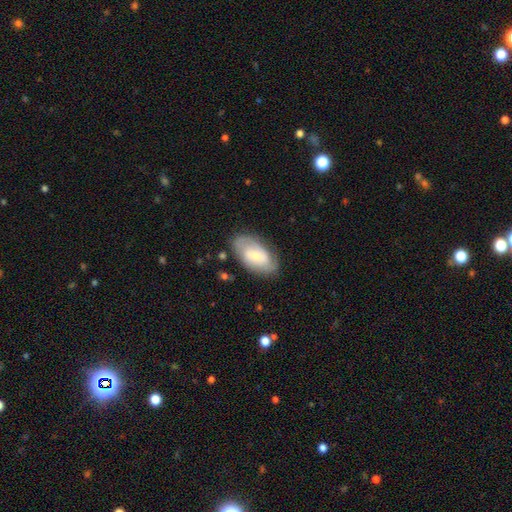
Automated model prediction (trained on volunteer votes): Smooth or featured? Predicted: smooth (p=0.47, tied with featured or disk). Merging? Predicted: none (p=0.74).